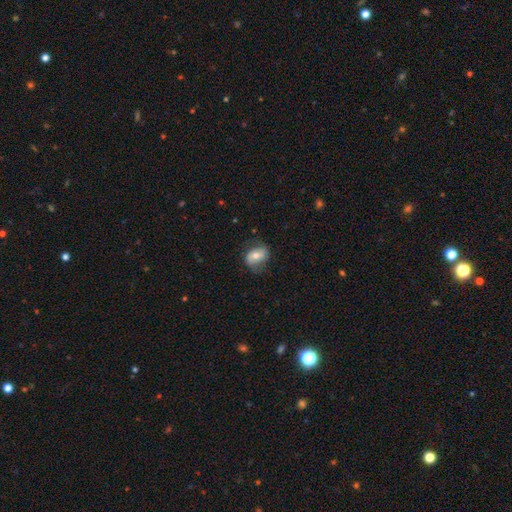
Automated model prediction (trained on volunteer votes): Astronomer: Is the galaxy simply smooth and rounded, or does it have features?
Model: smooth — 53% (runner-up: featured or disk, 39%).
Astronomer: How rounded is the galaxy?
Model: in between — 75%.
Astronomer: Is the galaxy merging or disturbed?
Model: none — 71%.